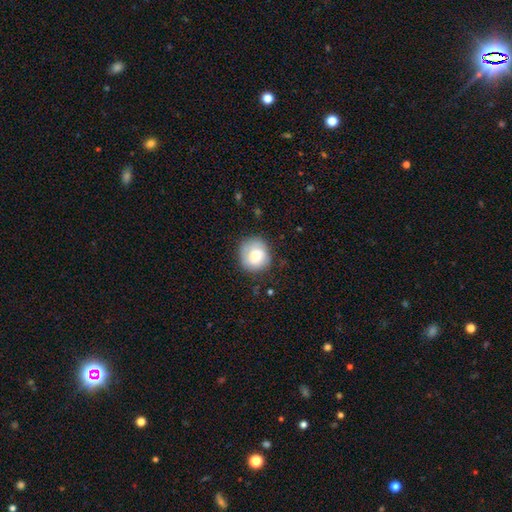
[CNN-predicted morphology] Smooth or featured: smooth — 69% (featured or disk — 24%)
How rounded: round — 88% (in between — 11%)
Merging: none — 76% (minor disturbance — 17%)